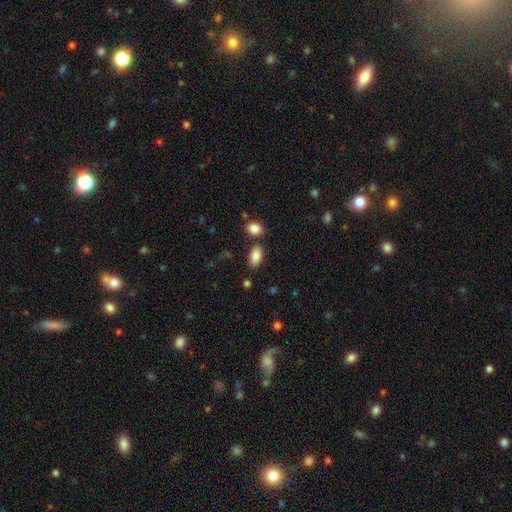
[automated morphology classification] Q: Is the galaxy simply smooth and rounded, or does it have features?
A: smooth — 87%.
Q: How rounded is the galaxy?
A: in between — 92%.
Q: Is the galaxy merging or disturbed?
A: none — 78%.